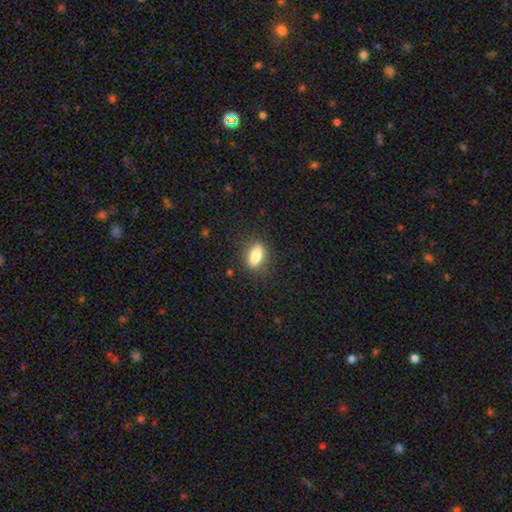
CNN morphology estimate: type=smooth (82%); roundness=in between (81%); merging=none (84%).